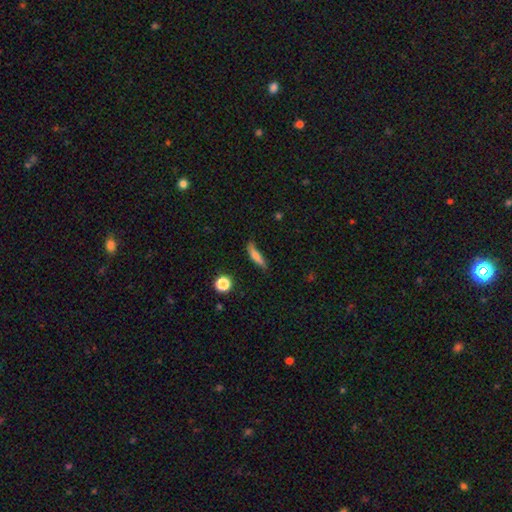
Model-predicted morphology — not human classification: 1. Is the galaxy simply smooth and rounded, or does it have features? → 73% smooth, 19% featured or disk, 8% star or artifact.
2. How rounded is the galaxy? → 74% cigar-shaped, 23% in between, 3% round.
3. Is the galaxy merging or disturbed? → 67% none, 25% minor disturbance, 6% major disturbance, 2% merger.